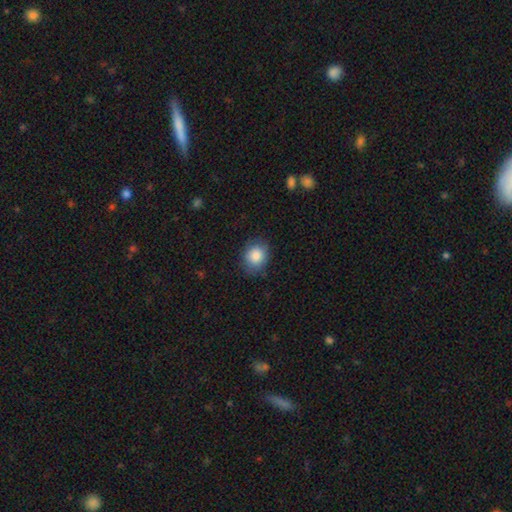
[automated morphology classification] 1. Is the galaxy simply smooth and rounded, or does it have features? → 87% smooth, 8% star or artifact, 6% featured or disk.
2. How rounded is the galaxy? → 56% round, 43% in between, 1% cigar-shaped.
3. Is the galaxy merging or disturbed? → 81% none, 14% minor disturbance, 3% major disturbance, 1% merger.